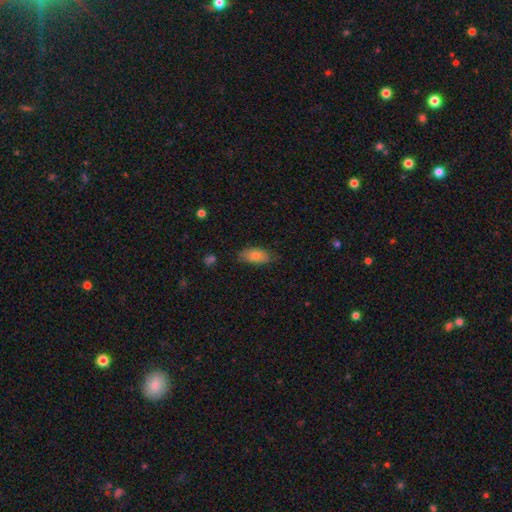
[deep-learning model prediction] Q: Smooth or featured?
A: smooth (76%); runner-up: featured or disk (17%)
Q: How rounded?
A: in between (88%); runner-up: cigar-shaped (9%)
Q: Merging?
A: none (76%); runner-up: minor disturbance (19%)